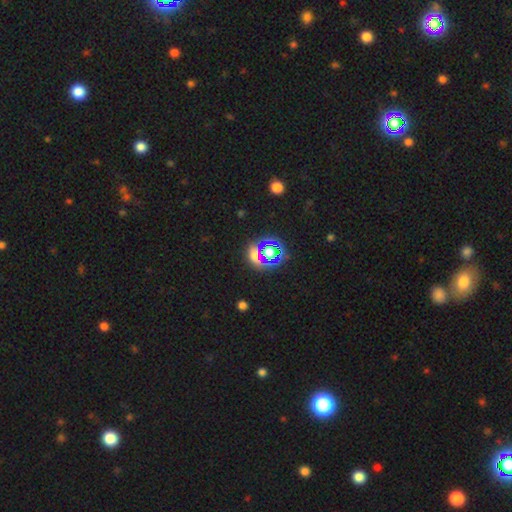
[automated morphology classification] smooth-or-featured: star or artifact: 57% | smooth: 32% | featured or disk: 11%